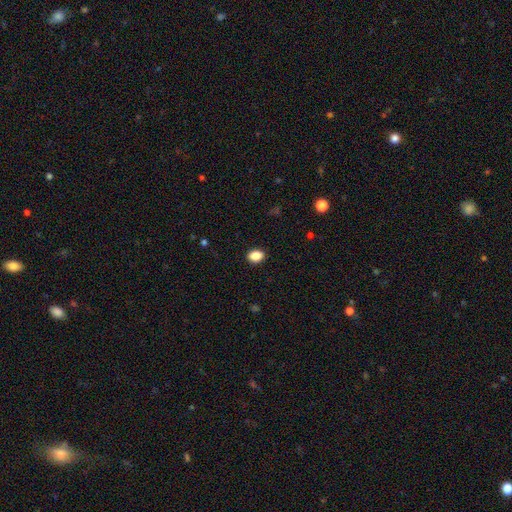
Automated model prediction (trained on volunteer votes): smooth-or-featured: smooth: 88% | star or artifact: 9% | featured or disk: 4%
  how-rounded: in between: 74% | round: 25% | cigar-shaped: 1%
  merging: none: 90% | minor disturbance: 7% | major disturbance: 2% | merger: 1%